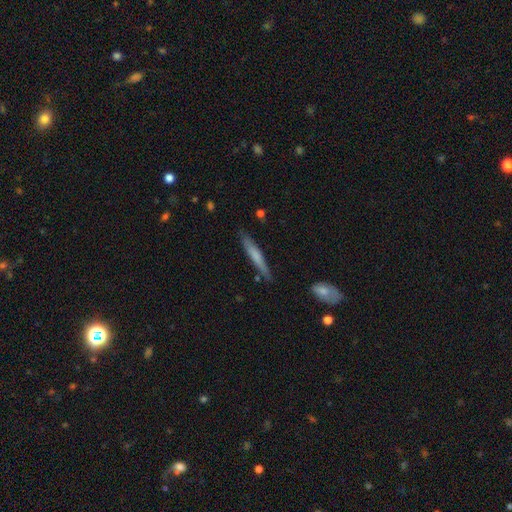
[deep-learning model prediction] Overall: smooth (58%; featured or disk 36%). How rounded: cigar-shaped (94%). Merging: none (82%).